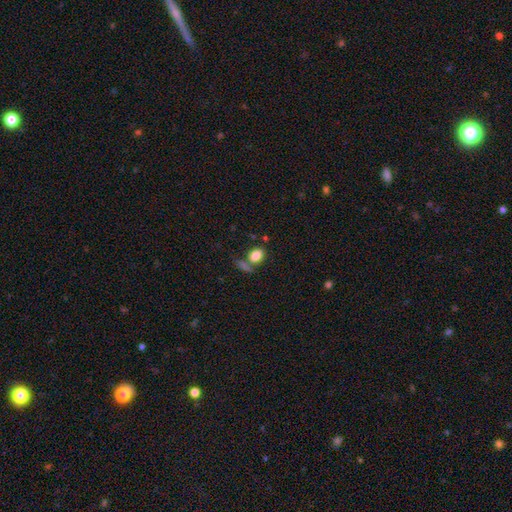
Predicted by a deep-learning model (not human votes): The model was most divided on "merging": none: 55%, merger: 27%, minor disturbance: 13%, major disturbance: 6%. More confident: smooth or featured — smooth (84%); how rounded — in between (77%).